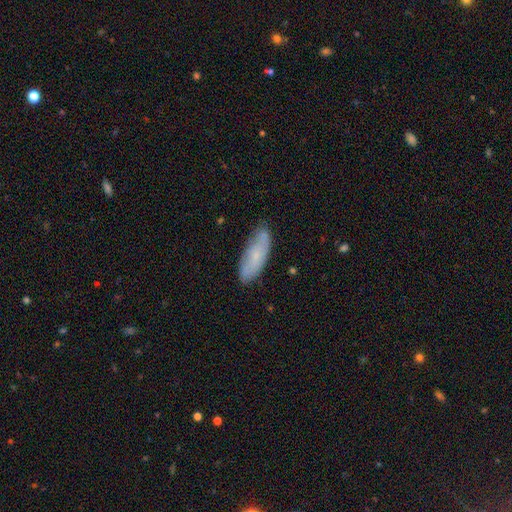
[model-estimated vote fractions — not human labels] This is possibly a smooth galaxy (57%). How rounded: likely in between (61%). Merging: likely none (74%).